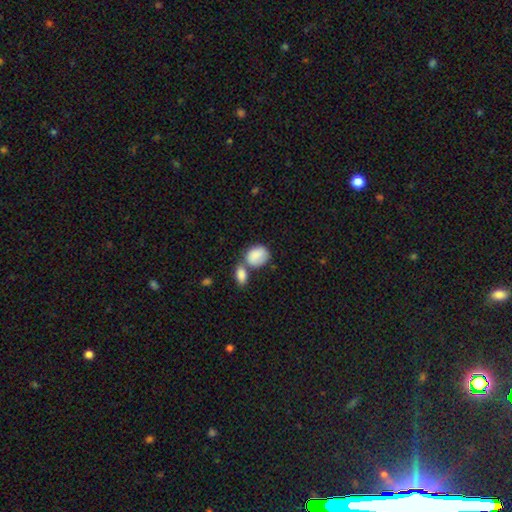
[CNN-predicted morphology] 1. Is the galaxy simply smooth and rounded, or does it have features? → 85% smooth, 8% featured or disk, 6% star or artifact.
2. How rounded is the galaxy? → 67% in between, 32% round, 1% cigar-shaped.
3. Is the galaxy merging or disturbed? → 47% merger, 33% none, 14% minor disturbance, 6% major disturbance.